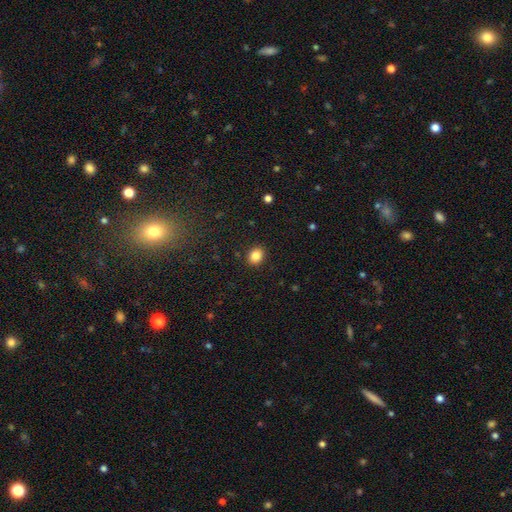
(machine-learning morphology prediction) A smooth galaxy with no disk features (85%) that is round (65%). Merging: none (91%).